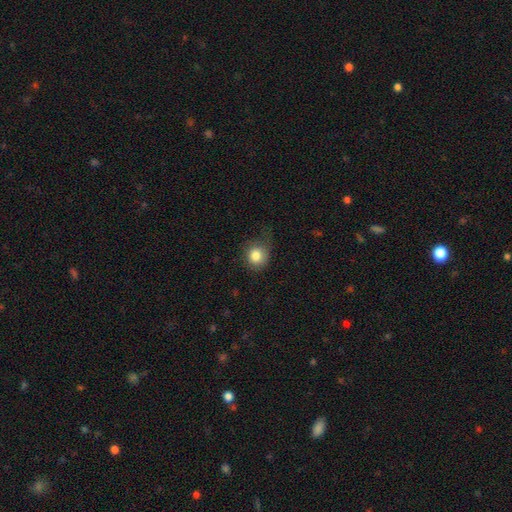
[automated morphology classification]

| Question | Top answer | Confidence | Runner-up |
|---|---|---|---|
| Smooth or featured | smooth | 83% | star or artifact (10%) |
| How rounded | round | 79% | in between (20%) |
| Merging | none | 60% | minor disturbance (26%) |